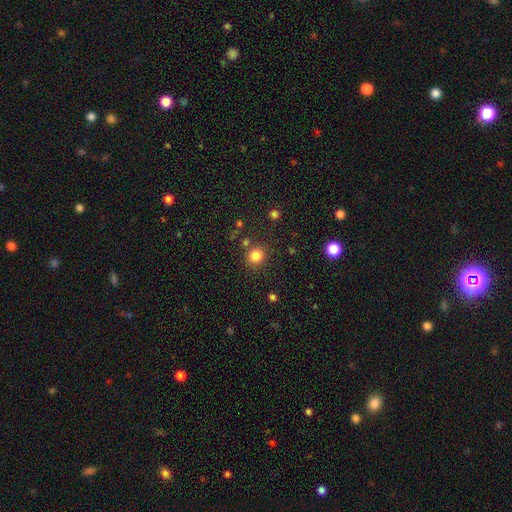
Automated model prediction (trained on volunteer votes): This is clearly a smooth galaxy (82%). How rounded: clearly round (81%). Merging: likely none (79%).